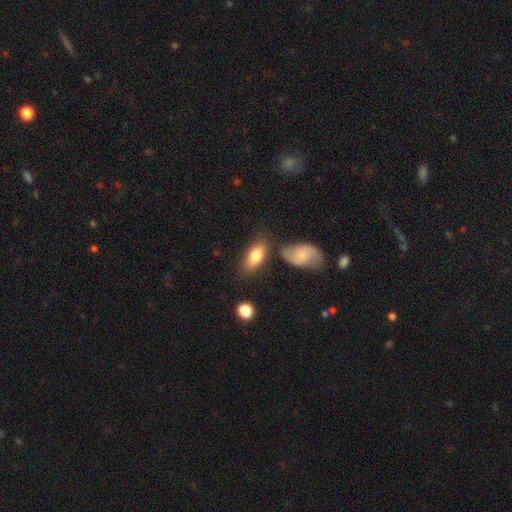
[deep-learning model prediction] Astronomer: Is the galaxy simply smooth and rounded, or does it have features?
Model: smooth — 74%.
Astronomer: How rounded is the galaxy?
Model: in between — 87%.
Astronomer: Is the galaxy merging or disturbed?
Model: none — 68%.